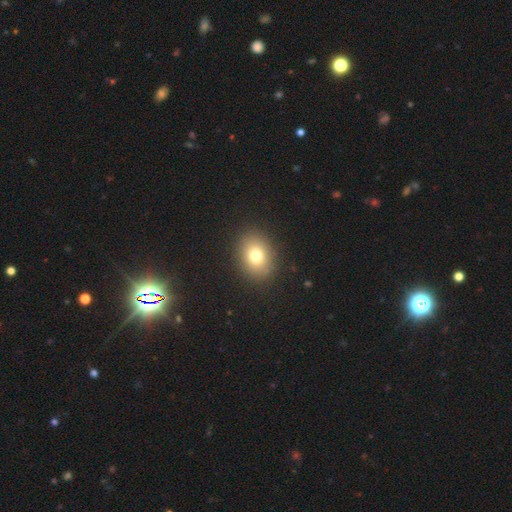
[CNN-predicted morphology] A smooth galaxy with no disk features (77%) that is in between round and cigar-shaped (57%). Merging: none (89%).